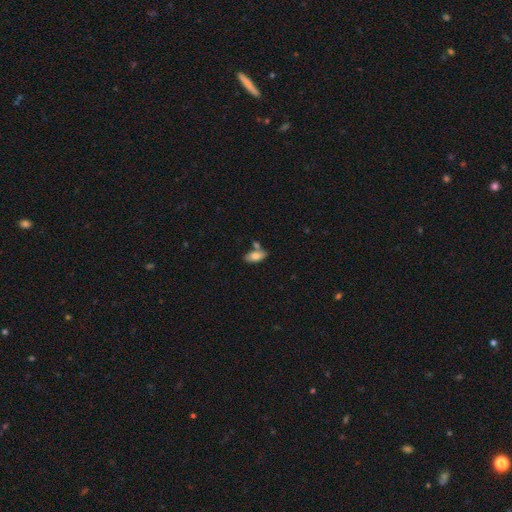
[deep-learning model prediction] smooth_or_featured: smooth (p=0.78) [alt: featured or disk p=0.15]
how_rounded: in between (p=0.89) [alt: cigar-shaped p=0.08]
merging: none (p=0.62) [alt: merger p=0.18]